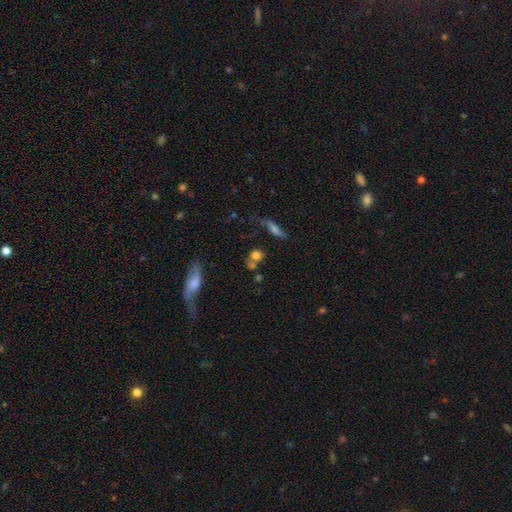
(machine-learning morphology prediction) A smooth galaxy with no disk features (72%) that is round (65%).

Vote fractions:
- Smooth or featured? smooth: 72% / featured or disk: 14% / star or artifact: 14%
- How rounded? round: 65% / in between: 30% / cigar-shaped: 5%
- Merging? none: 45% / merger: 35% / minor disturbance: 13% / major disturbance: 7%